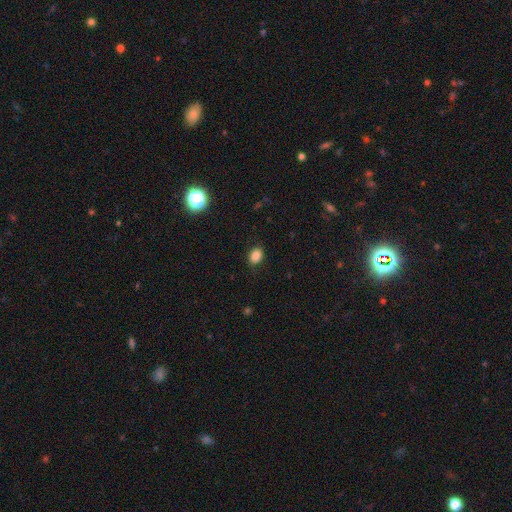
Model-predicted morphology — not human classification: Smooth or featured? Predicted: smooth (p=0.84). How rounded? Predicted: in between (p=0.67). Merging? Predicted: none (p=0.85).